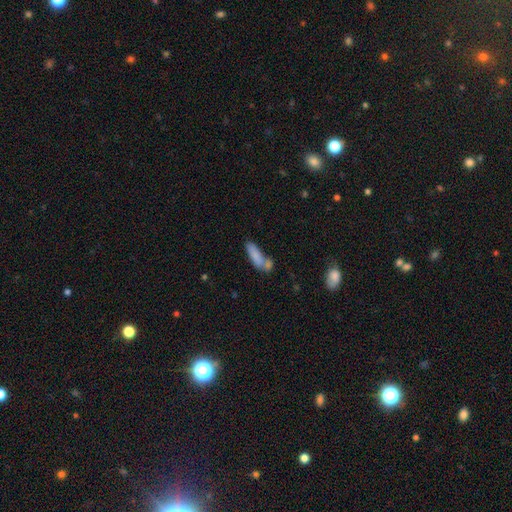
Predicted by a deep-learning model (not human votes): This is likely a smooth galaxy (80%). How rounded: possibly cigar-shaped (49%, tied with in between). Merging: marginally none (41%).